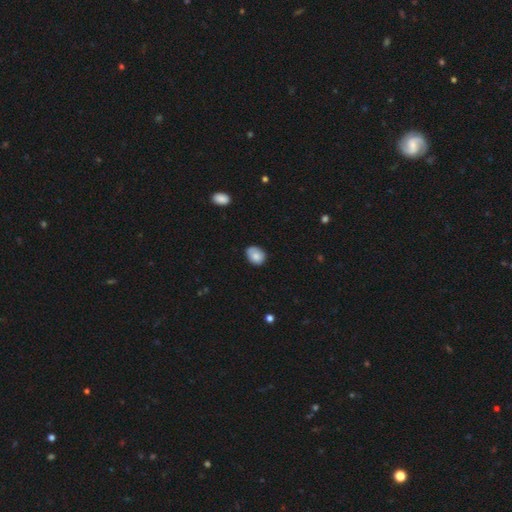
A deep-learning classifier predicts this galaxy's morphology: smooth_or_featured: smooth (p=0.80) [alt: featured or disk p=0.12]
how_rounded: in between (p=0.56) [alt: round p=0.43]
merging: none (p=0.67) [alt: minor disturbance p=0.27]